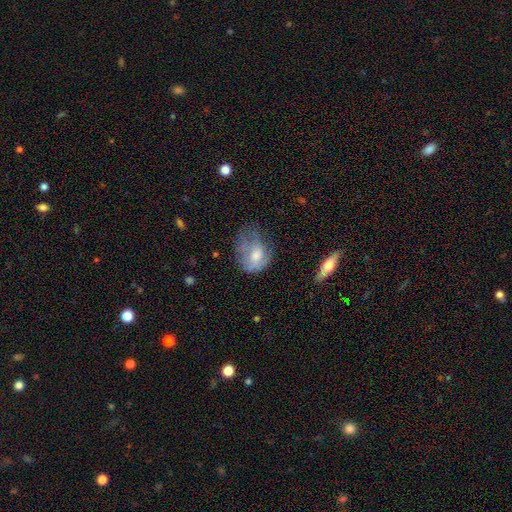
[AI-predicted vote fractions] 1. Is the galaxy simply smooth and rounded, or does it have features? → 57% smooth, 34% featured or disk, 9% star or artifact.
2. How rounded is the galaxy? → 65% in between, 34% round, 1% cigar-shaped.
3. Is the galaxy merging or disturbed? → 39% major disturbance, 31% minor disturbance, 26% none, 3% merger.